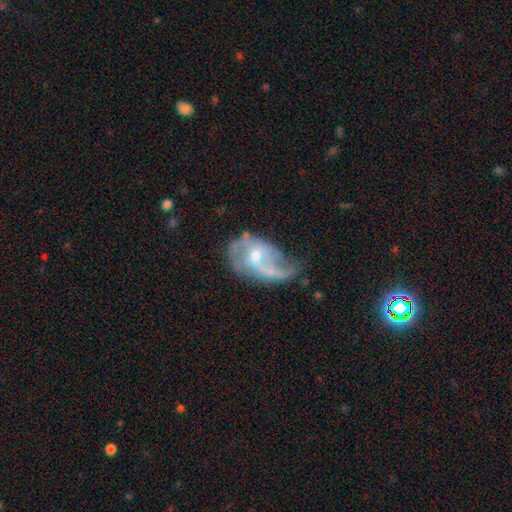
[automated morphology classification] A featured or disk galaxy (79%) with no bar (53%), 2 (57%) loose (48%) spiral arms (84%) and a small central bulge (49%). Merging: none (37%).